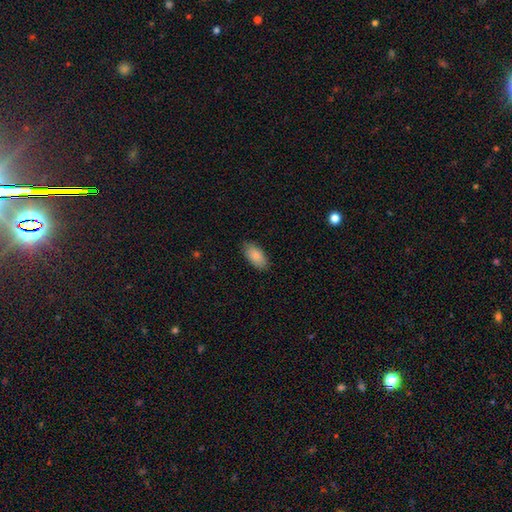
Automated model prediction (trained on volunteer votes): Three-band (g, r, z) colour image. It shows a smooth galaxy with no disk features (88%) that is in between round and cigar-shaped (93%). Merging: none (86%).